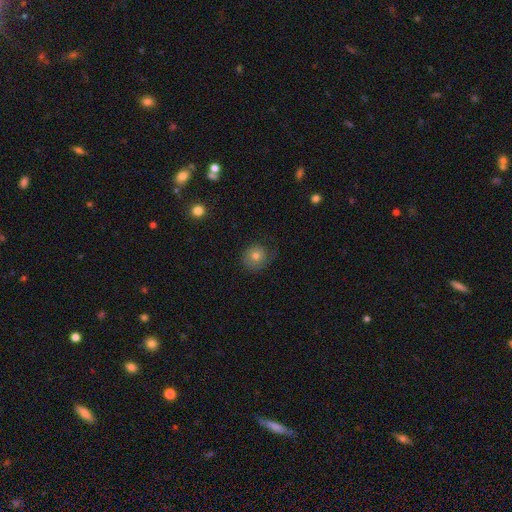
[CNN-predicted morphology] Overall: smooth (73%). How rounded: round (88%). Merging: none (65%).